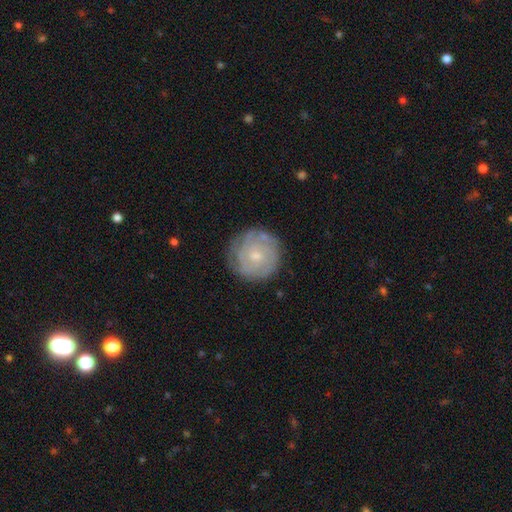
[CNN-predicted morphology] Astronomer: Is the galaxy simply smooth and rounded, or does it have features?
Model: featured or disk — 63%.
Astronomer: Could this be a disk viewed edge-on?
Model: no — 98%.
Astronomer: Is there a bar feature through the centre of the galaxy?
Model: no — 78%.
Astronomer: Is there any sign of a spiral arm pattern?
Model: yes — 81%.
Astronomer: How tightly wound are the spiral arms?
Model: tight — 74%.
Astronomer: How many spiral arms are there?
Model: can't tell — 53%.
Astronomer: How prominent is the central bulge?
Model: small — 60%.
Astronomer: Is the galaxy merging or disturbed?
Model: none — 79%.